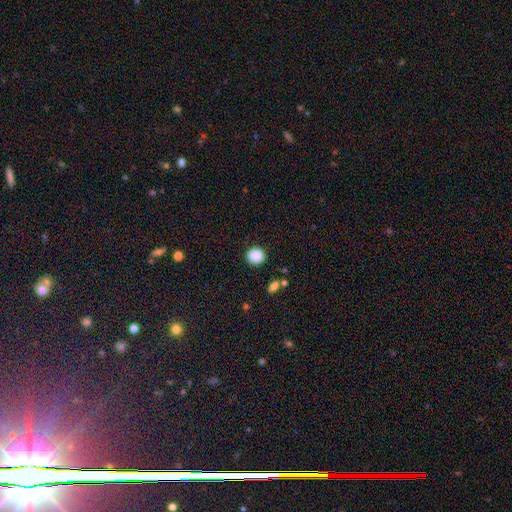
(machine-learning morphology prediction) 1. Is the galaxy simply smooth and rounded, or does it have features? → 87% smooth, 9% star or artifact, 3% featured or disk.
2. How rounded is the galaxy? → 88% round, 11% in between, 1% cigar-shaped.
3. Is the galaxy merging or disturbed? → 87% none, 8% minor disturbance, 2% major disturbance, 2% merger.